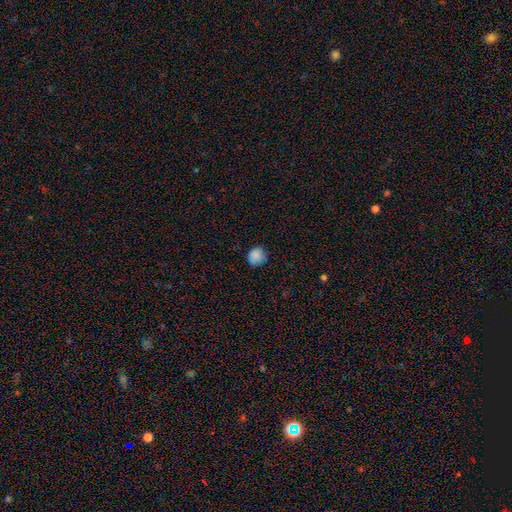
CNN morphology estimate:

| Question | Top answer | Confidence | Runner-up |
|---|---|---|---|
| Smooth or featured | smooth | 86% | star or artifact (10%) |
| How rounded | round | 89% | in between (11%) |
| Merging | none | 80% | minor disturbance (16%) |